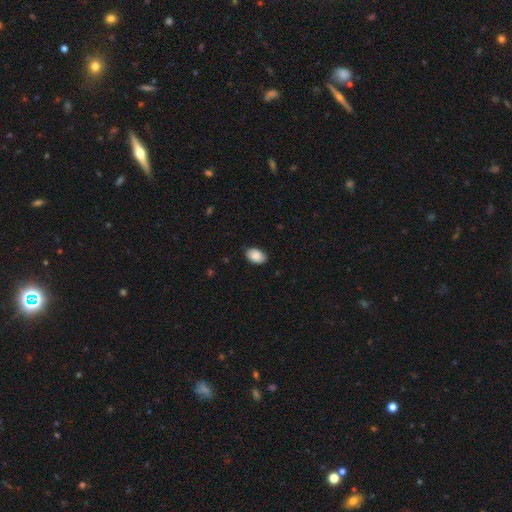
Smooth or featured: smooth — 92% (star or artifact — 5%)
How rounded: in between — 92% (round — 8%)
Merging: none — 81% (minor disturbance — 14%)